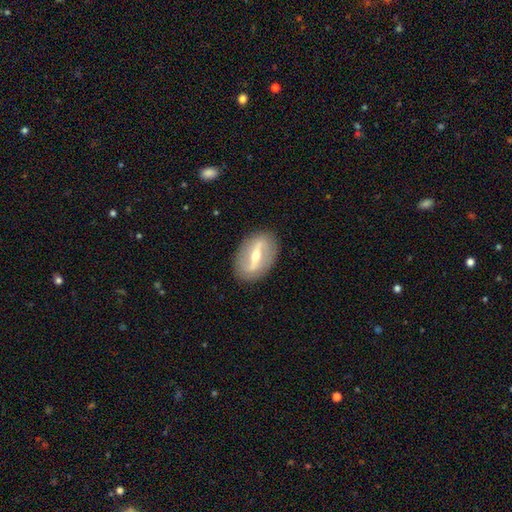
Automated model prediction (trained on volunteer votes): Morphology: type=featured or disk (77%); edge-on=no (85%); bar=strong (71%); spiral arms=yes (53%); bulge=moderate (64%); merging=none (86%).